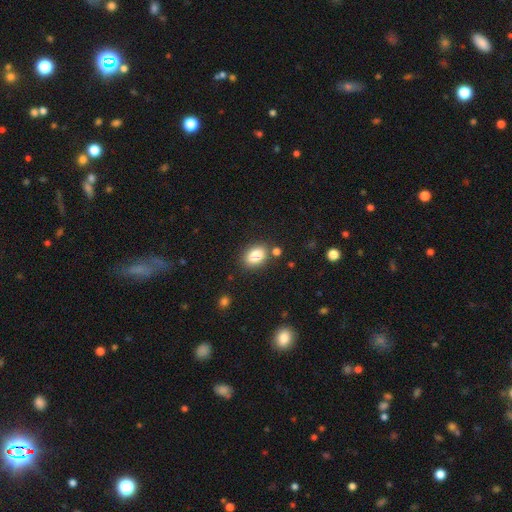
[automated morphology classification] The model was most divided on "how rounded": in between: 81%, round: 17%, cigar-shaped: 1%. More confident: smooth or featured — smooth (85%); merging — none (79%).